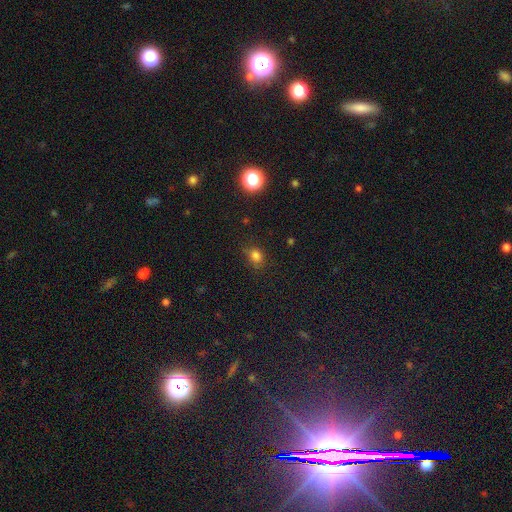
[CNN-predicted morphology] smooth_or_featured: smooth (p=0.78) [alt: star or artifact p=0.17]
how_rounded: round (p=0.58) [alt: in between p=0.41]
merging: none (p=0.75) [alt: minor disturbance p=0.18]